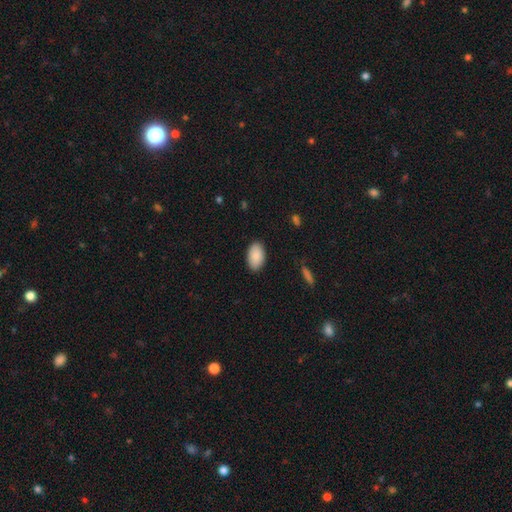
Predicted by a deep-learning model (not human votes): smooth-or-featured: smooth: 90% | star or artifact: 6% | featured or disk: 4%
  how-rounded: in between: 94% | round: 5% | cigar-shaped: 1%
  merging: none: 88% | minor disturbance: 9% | major disturbance: 2% | merger: 1%